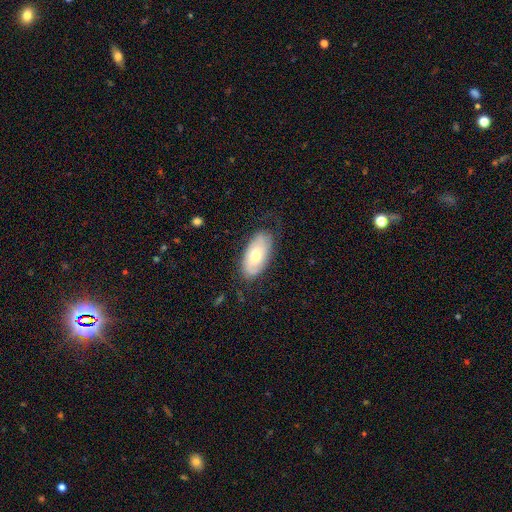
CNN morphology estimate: The model was most divided on "smooth or featured": smooth: 51%, featured or disk: 43%, star or artifact: 6%. More confident: how rounded — in between (92%); merging — none (69%).